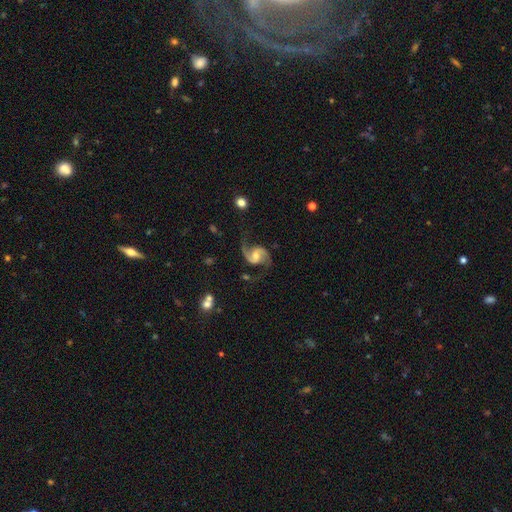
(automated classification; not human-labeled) featured or disk 91%, star or artifact 5%, smooth 4%. Down the decision tree: edge-on disk — no (98%); bar — no (45%); spiral arms — yes (98%); spiral arm count — 2 (94%); spiral winding — medium (47%); bulge size — moderate (61%); merging — none (75%).